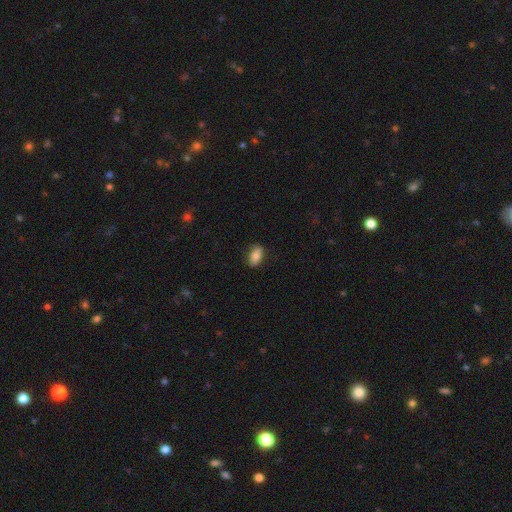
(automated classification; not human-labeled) Smooth or featured: smooth — 80% (featured or disk — 12%)
How rounded: in between — 90% (round — 5%)
Merging: none — 83% (minor disturbance — 14%)